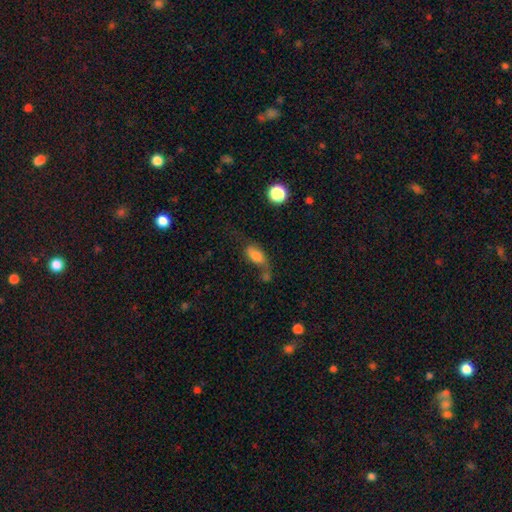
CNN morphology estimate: smooth 71%, featured or disk 18%, star or artifact 11%. Down the decision tree: how rounded — in between (84%); merging — none (30%).